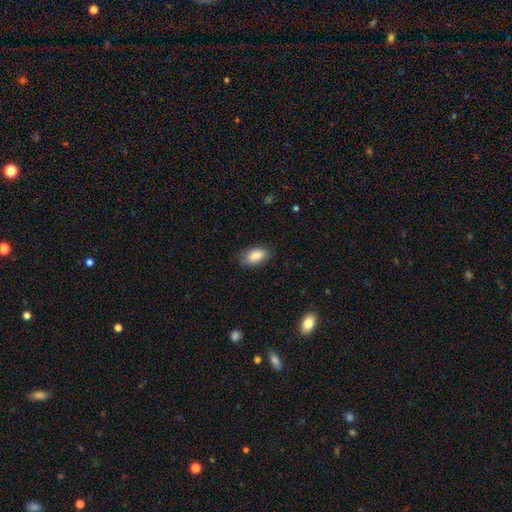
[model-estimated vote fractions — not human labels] Smooth or featured?
  - smooth: 87% *
  - star or artifact: 7%
  - featured or disk: 6%
How rounded?
  - in between: 93% *
  - round: 4%
  - cigar-shaped: 2%
Merging?
  - none: 81% *
  - minor disturbance: 14%
  - major disturbance: 3%
  - merger: 1%